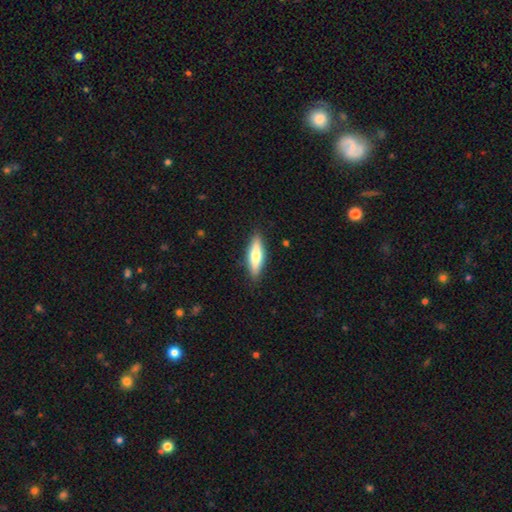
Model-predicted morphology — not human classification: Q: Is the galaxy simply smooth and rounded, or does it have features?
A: smooth — 62%.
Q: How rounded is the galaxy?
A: cigar-shaped — 64%.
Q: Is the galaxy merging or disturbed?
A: none — 88%.